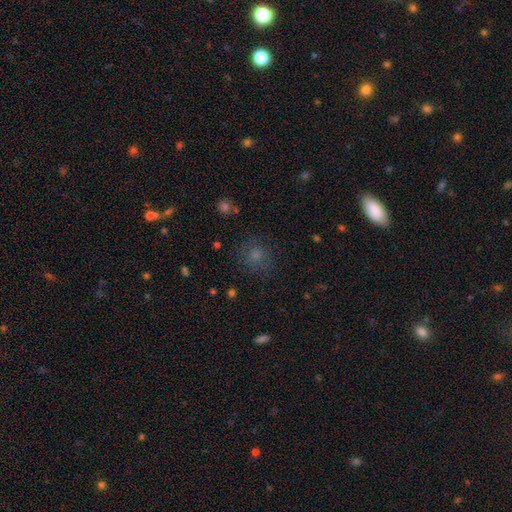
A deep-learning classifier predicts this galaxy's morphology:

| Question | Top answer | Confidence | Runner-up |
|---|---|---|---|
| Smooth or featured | smooth | 72% | star or artifact (19%) |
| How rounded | round | 87% | in between (12%) |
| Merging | none | 80% | minor disturbance (13%) |